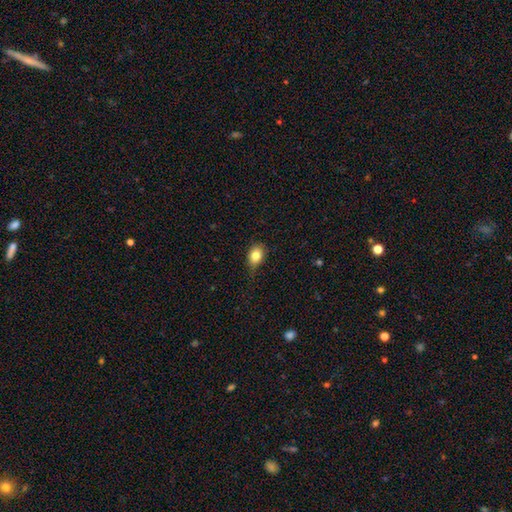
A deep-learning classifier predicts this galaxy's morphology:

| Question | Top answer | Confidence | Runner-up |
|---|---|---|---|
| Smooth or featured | smooth | 81% | star or artifact (10%) |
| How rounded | in between | 64% | round (35%) |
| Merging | none | 63% | minor disturbance (29%) |